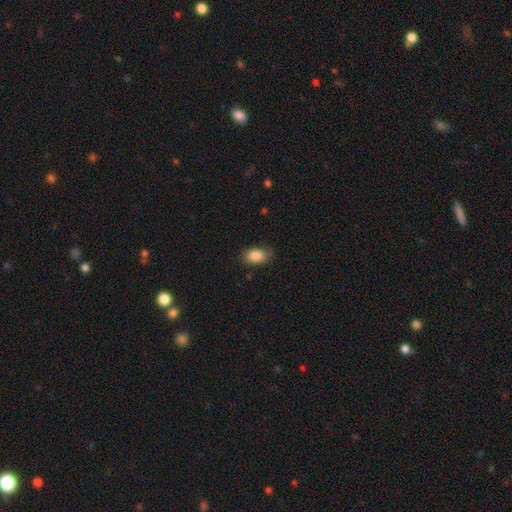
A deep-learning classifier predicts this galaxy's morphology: Overall: smooth (86%). How rounded: in between (86%). Merging: none (79%).